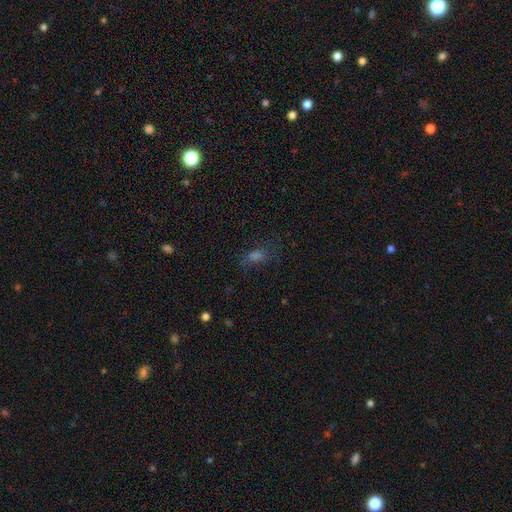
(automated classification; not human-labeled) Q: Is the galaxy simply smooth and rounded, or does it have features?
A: smooth — 48%.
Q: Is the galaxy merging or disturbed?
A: none — 65%.